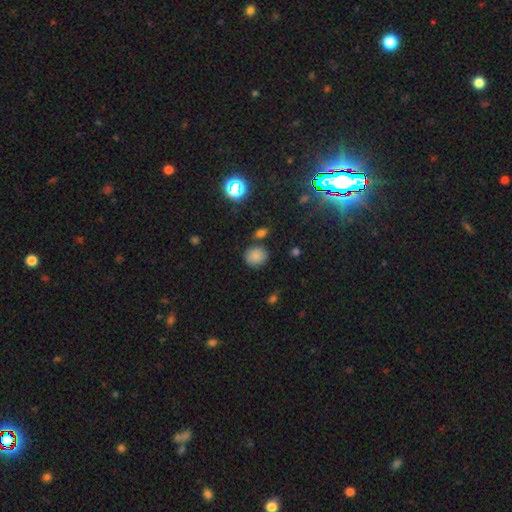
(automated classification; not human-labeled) smooth-or-featured: smooth: 81% | star or artifact: 13% | featured or disk: 7%
  how-rounded: round: 78% | in between: 21% | cigar-shaped: 1%
  merging: none: 74% | minor disturbance: 15% | merger: 7% | major disturbance: 4%